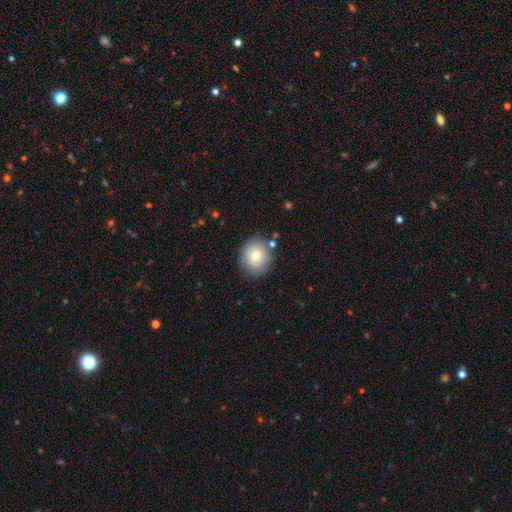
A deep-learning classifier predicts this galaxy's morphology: Smooth or featured?
  - smooth: 77% *
  - featured or disk: 13%
  - star or artifact: 10%
How rounded?
  - round: 82% *
  - in between: 17%
  - cigar-shaped: 1%
Merging?
  - none: 82% *
  - minor disturbance: 11%
  - merger: 4%
  - major disturbance: 3%